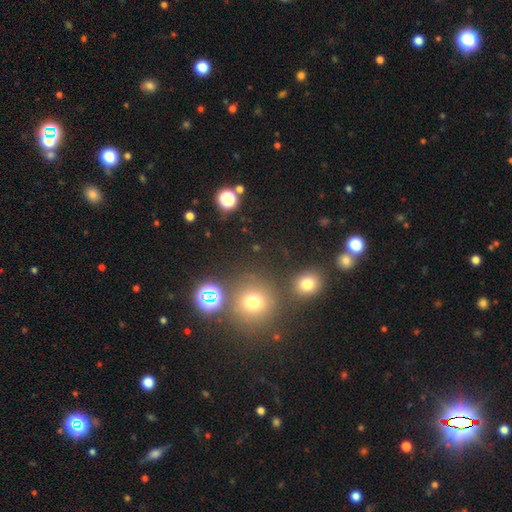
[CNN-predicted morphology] smooth_or_featured: star or artifact (p=0.51) [alt: smooth p=0.42]